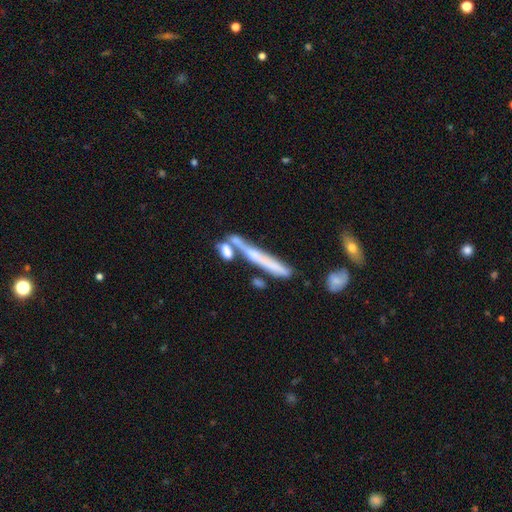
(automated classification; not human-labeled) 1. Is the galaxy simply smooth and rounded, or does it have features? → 51% featured or disk, 39% smooth, 10% star or artifact.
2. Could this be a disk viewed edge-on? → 86% yes, 14% no.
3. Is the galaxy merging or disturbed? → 55% none, 22% merger, 16% minor disturbance, 8% major disturbance.